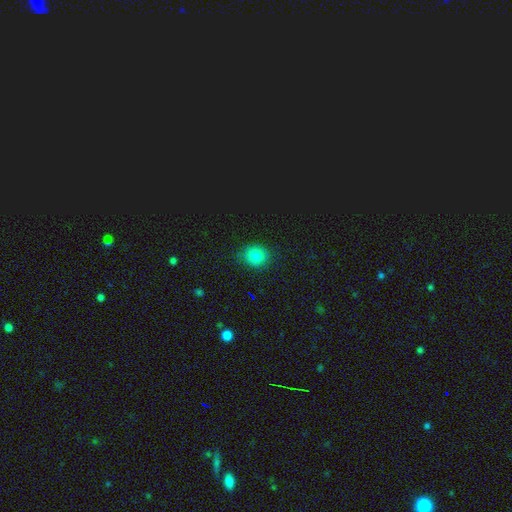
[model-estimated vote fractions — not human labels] A smooth galaxy with no disk features (79%) that is round (82%).

Vote fractions:
- Smooth or featured? smooth: 79% / star or artifact: 15% / featured or disk: 6%
- How rounded? round: 82% / in between: 17% / cigar-shaped: 1%
- Merging? none: 85% / minor disturbance: 11% / major disturbance: 3% / merger: 1%